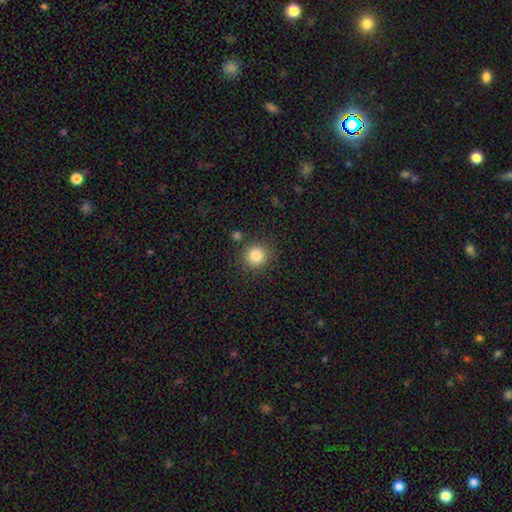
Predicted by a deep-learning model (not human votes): smooth-or-featured: smooth: 84% | star or artifact: 11% | featured or disk: 5%
  how-rounded: round: 92% | in between: 7% | cigar-shaped: 1%
  merging: none: 86% | minor disturbance: 8% | merger: 4% | major disturbance: 3%